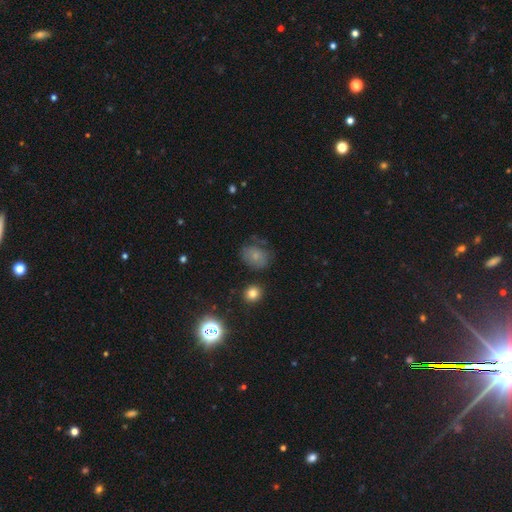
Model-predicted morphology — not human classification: Smooth or featured? Predicted: smooth (p=0.69). How rounded? Predicted: in between (p=0.54). Merging? Predicted: none (p=0.58).